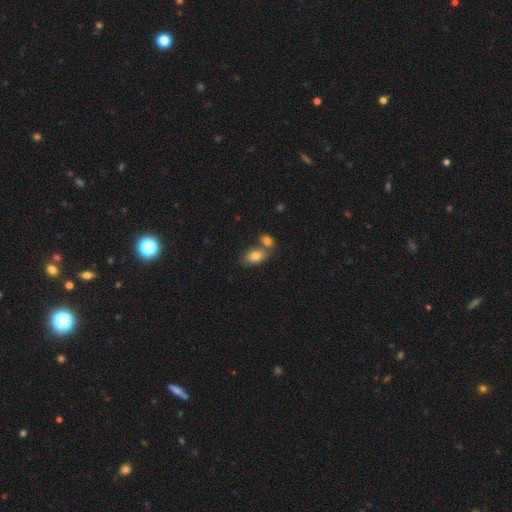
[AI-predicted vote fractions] Q: Smooth or featured?
A: smooth (81%); runner-up: featured or disk (11%)
Q: How rounded?
A: in between (88%); runner-up: round (10%)
Q: Merging?
A: none (47%); runner-up: merger (40%)